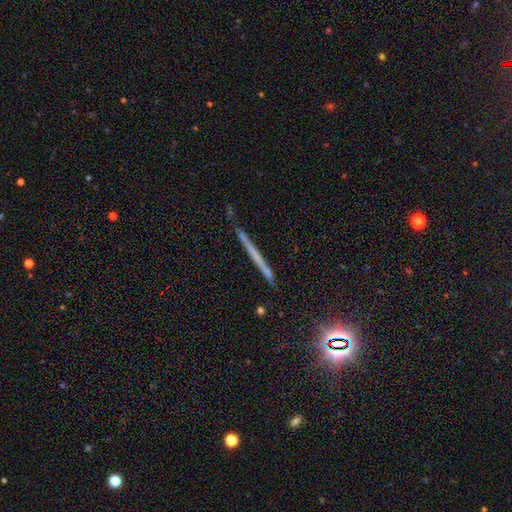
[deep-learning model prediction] Morphology: type=featured or disk (50%); merging=none (84%).